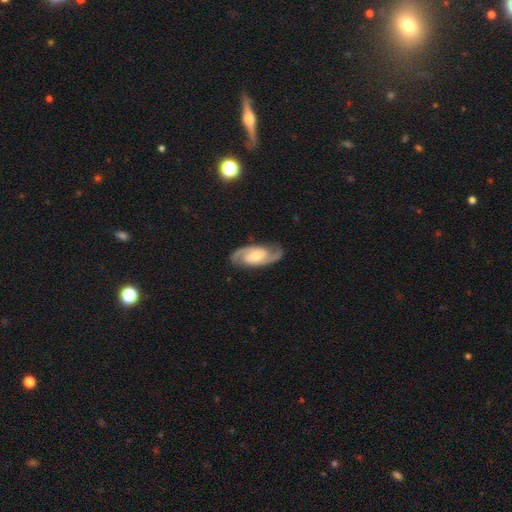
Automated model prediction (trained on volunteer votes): The model was most divided on "bar": no: 49%, weak: 37%, strong: 13%. More confident: spiral arms — yes (98%); edge-on disk — no (96%); spiral arm count — 2 (93%); smooth or featured — featured or disk (90%); merging — none (85%); bulge size — moderate (56%); spiral winding — medium (56%).